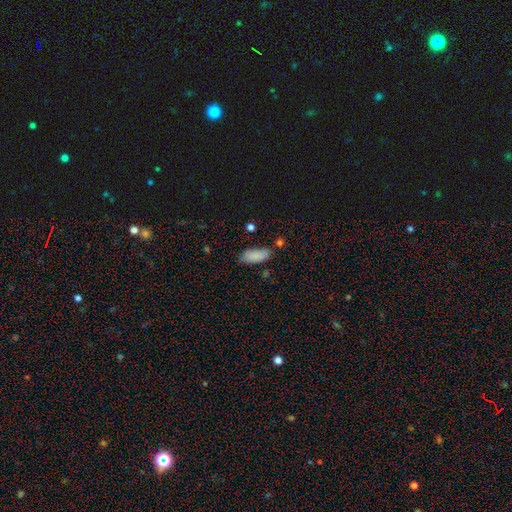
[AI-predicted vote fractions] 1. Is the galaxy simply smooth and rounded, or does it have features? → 87% smooth, 8% star or artifact, 6% featured or disk.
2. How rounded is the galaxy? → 80% in between, 18% cigar-shaped, 2% round.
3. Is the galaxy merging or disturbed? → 72% none, 19% minor disturbance, 4% merger, 4% major disturbance.